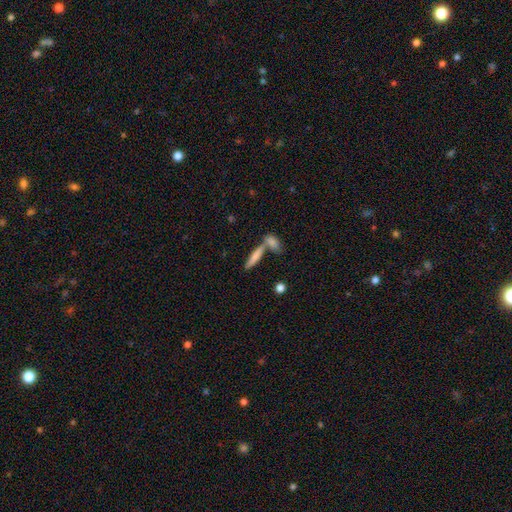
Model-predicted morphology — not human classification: smooth_or_featured: smooth (p=0.69) [alt: featured or disk p=0.24]
how_rounded: cigar-shaped (p=0.78) [alt: in between p=0.20]
merging: none (p=0.53) [alt: merger p=0.35]